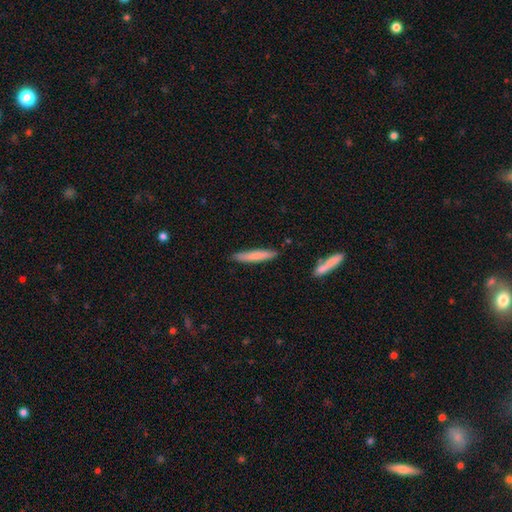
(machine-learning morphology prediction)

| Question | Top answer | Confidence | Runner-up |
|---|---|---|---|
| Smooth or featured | smooth | 76% | featured or disk (18%) |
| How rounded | cigar-shaped | 91% | in between (8%) |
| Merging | none | 86% | minor disturbance (10%) |